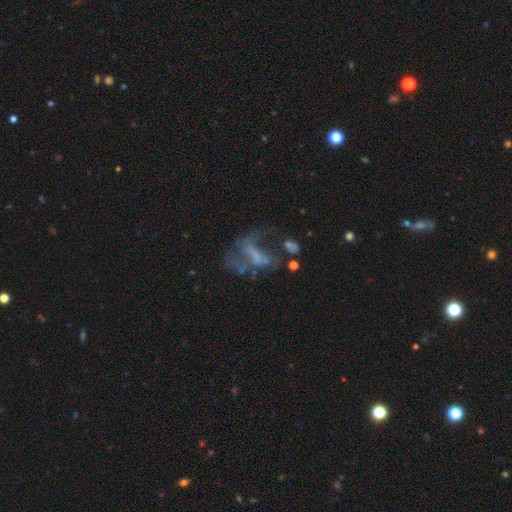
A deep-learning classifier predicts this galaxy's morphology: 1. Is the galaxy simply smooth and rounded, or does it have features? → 57% featured or disk, 24% smooth, 19% star or artifact.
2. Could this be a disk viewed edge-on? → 94% no, 6% yes.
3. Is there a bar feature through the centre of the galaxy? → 53% no, 25% weak, 22% strong.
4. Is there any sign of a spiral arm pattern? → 65% no, 35% yes.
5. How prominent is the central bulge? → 69% none, 15% small, 11% moderate, 4% large, 2% dominant.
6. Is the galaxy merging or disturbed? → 46% major disturbance, 28% none, 14% minor disturbance, 12% merger.